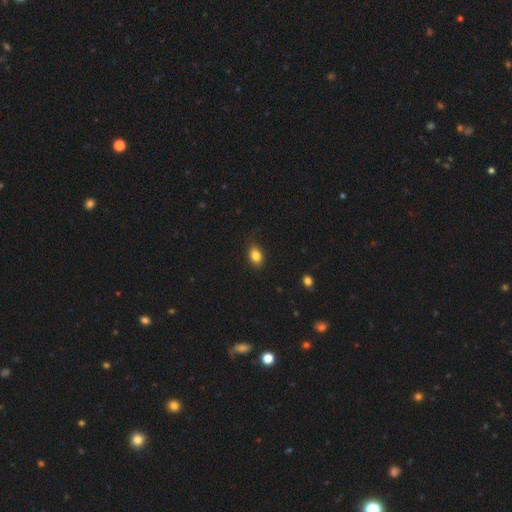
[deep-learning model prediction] Smooth or featured? smooth (84%)
How rounded? in between (74%)
Merging? none (83%)